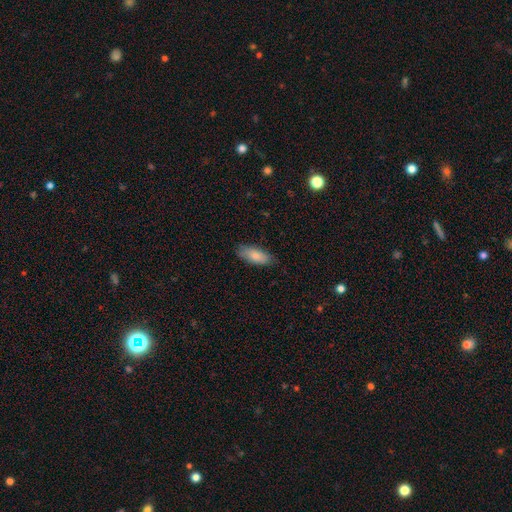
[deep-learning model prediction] Overall: smooth (84%). How rounded: in between (79%). Merging: none (82%).